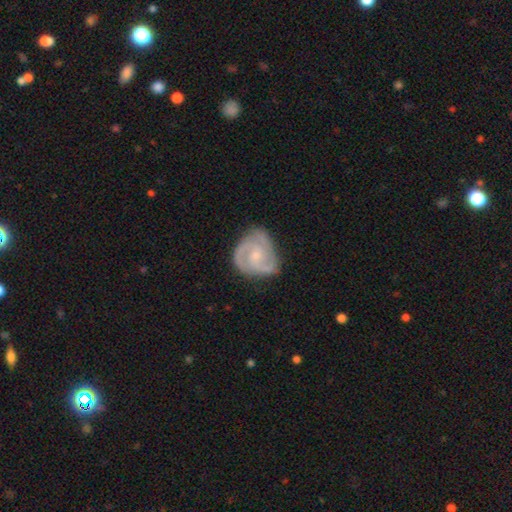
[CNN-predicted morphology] The model was most divided on "spiral winding": tight: 49%, medium: 44%, loose: 8%. Remaining: edge-on disk — no (98%); spiral arms — yes (96%); smooth or featured — featured or disk (84%); merging — none (67%); bar — no (62%); bulge size — small (58%); spiral arm count — 2 (49%).